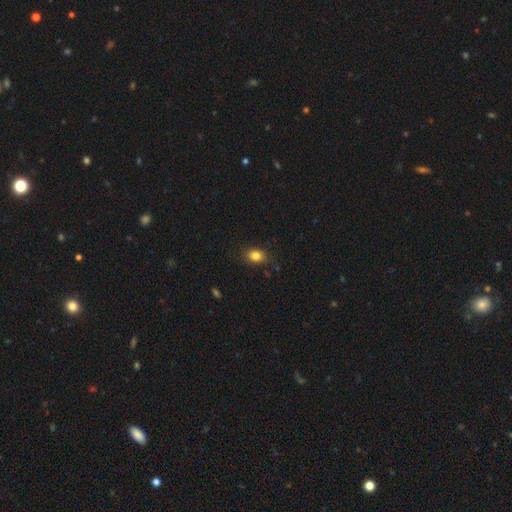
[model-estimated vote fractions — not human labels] smooth-or-featured: smooth: 82% | star or artifact: 11% | featured or disk: 7%
  how-rounded: in between: 58% | round: 41% | cigar-shaped: 1%
  merging: none: 85% | minor disturbance: 11% | major disturbance: 3% | merger: 1%